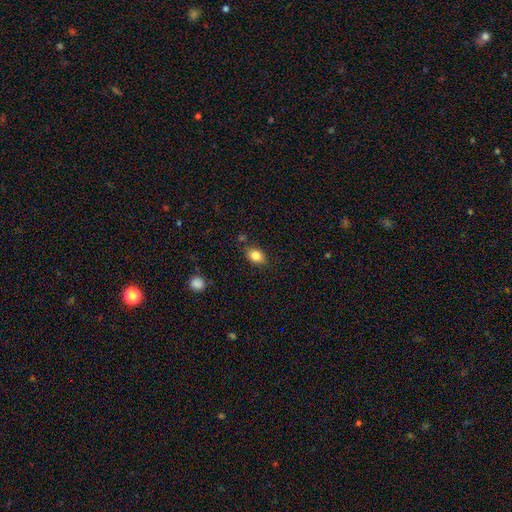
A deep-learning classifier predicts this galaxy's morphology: The model was most divided on "how rounded": in between: 74%, round: 25%, cigar-shaped: 2%. More confident: smooth or featured — smooth (84%); merging — none (80%).